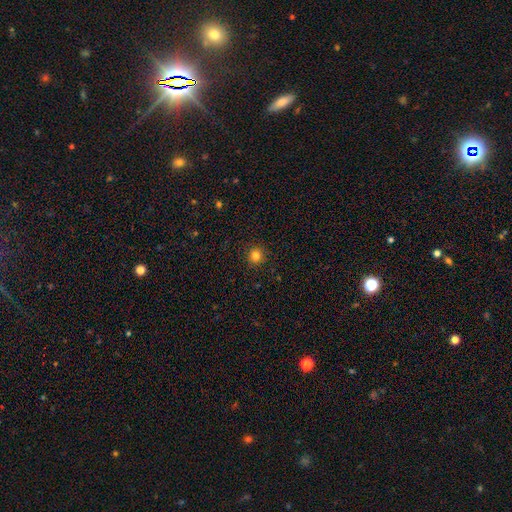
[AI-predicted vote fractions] Smooth or featured? Predicted: smooth (p=0.81). How rounded? Predicted: round (p=0.93). Merging? Predicted: none (p=0.92).